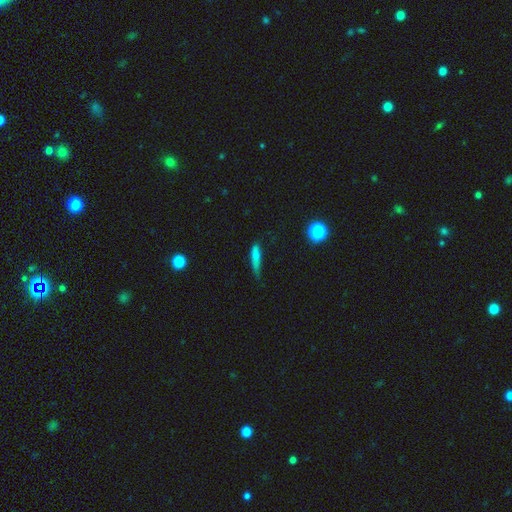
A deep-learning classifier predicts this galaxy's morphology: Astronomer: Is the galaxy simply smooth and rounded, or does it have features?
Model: smooth — 72%.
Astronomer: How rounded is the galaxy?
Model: cigar-shaped — 80%.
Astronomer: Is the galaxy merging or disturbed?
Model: none — 47% (runner-up: minor disturbance, 36%).